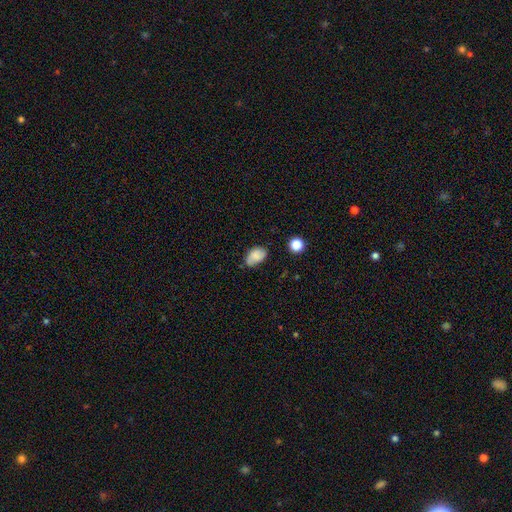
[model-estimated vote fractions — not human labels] smooth 76%, featured or disk 14%, star or artifact 10%. Down the decision tree: how rounded — in between (86%); merging — none (61%).